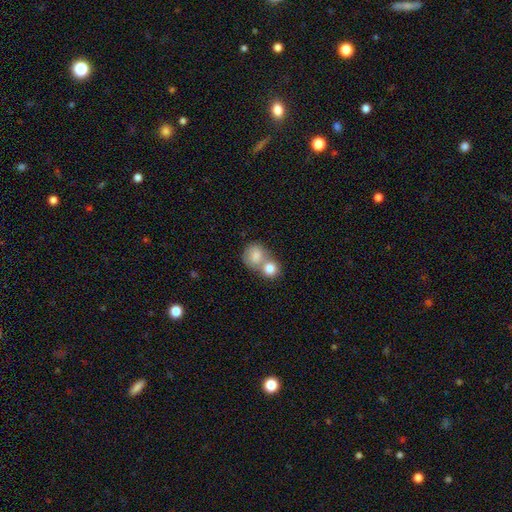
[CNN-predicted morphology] This is clearly a smooth galaxy (80%). How rounded: likely round (75%). Merging: likely merger (62%).